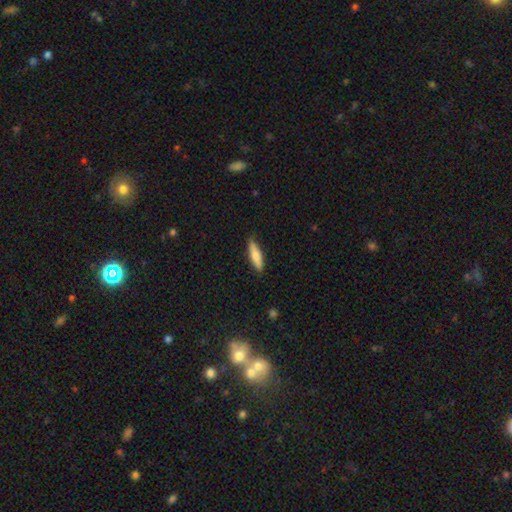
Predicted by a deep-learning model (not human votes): smooth-or-featured: smooth: 72% | featured or disk: 22% | star or artifact: 6%
  how-rounded: cigar-shaped: 70% | in between: 28% | round: 2%
  merging: none: 86% | minor disturbance: 11% | major disturbance: 2% | merger: 1%